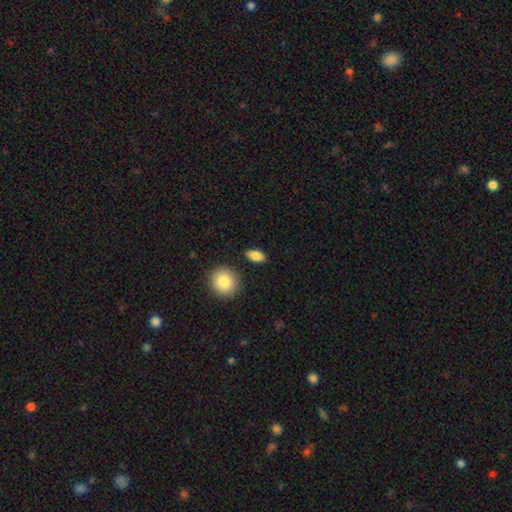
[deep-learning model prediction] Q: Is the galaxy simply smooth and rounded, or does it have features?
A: smooth — 86%.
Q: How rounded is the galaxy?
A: in between — 86%.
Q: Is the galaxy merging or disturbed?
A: none — 87%.